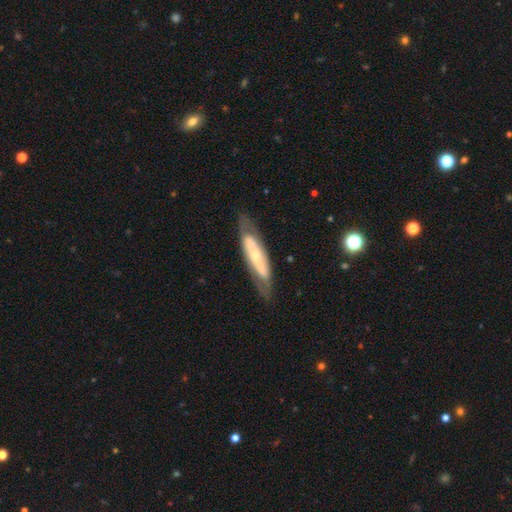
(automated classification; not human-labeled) Smooth or featured? Predicted: featured or disk (p=0.65). Edge-on disk? Predicted: no (p=0.61). Merging? Predicted: none (p=0.75).